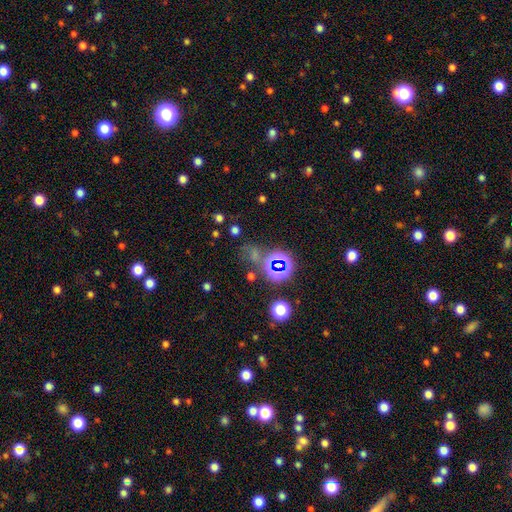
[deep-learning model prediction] A star or artifact, not a galaxy (58%).

Vote fractions:
- Smooth or featured? star or artifact: 58% / smooth: 31% / featured or disk: 11%